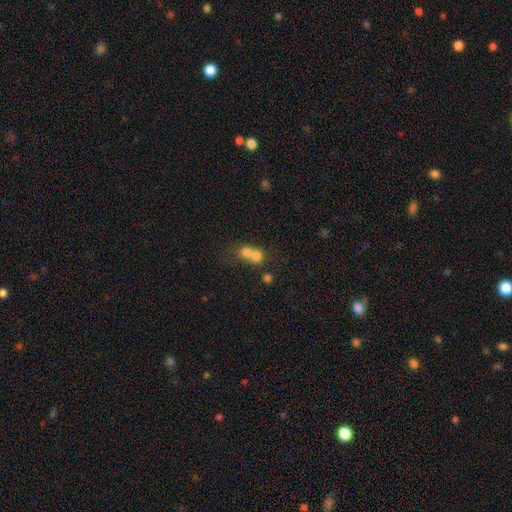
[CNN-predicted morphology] smooth 72%, featured or disk 16%, star or artifact 12%. Down the decision tree: how rounded — round (79%); merging — merger (66%).